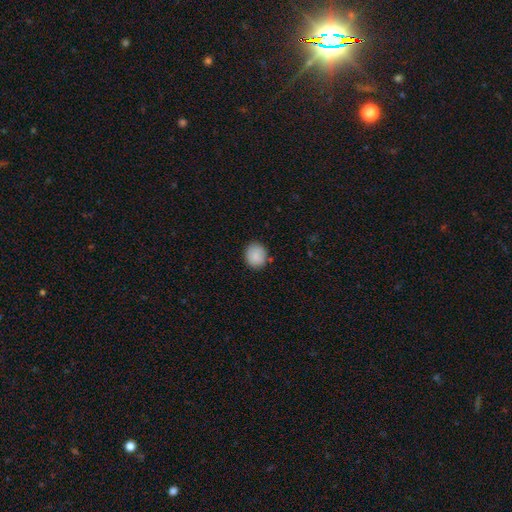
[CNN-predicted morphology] smooth_or_featured: smooth (p=0.88) [alt: star or artifact p=0.07]
how_rounded: round (p=0.75) [alt: in between p=0.24]
merging: none (p=0.85) [alt: minor disturbance p=0.11]